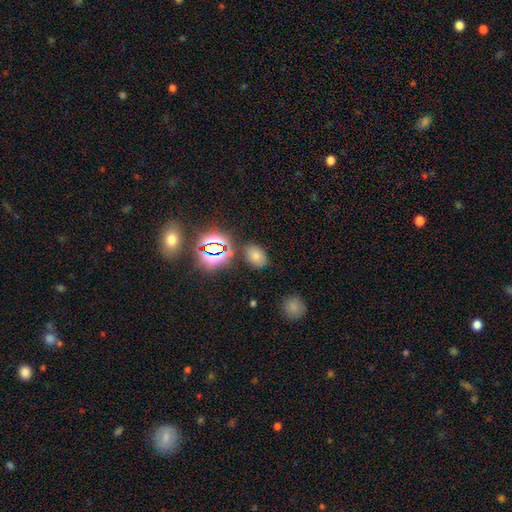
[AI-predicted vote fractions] A smooth galaxy with no disk features (68%) that is in between round and cigar-shaped (82%). Merging: none (80%).